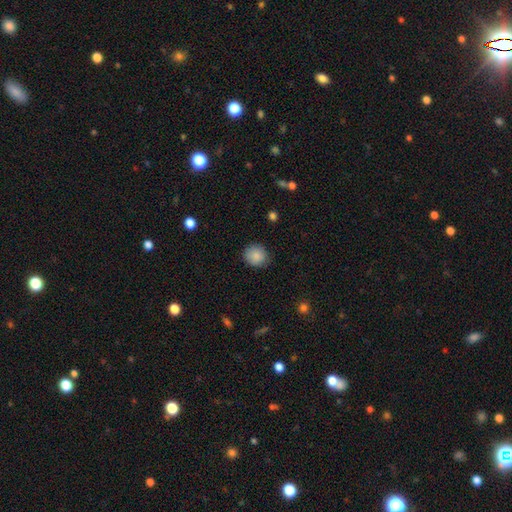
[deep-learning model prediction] Overall: smooth (87%). How rounded: round (87%). Merging: none (87%).